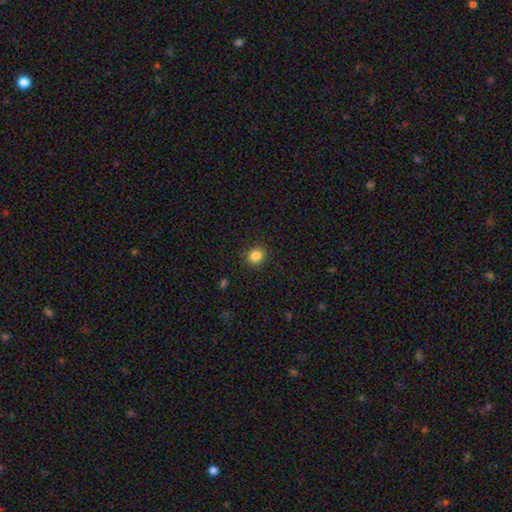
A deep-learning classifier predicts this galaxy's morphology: Smooth or featured: smooth — 84% (star or artifact — 11%)
How rounded: round — 85% (in between — 14%)
Merging: none — 90% (minor disturbance — 7%)